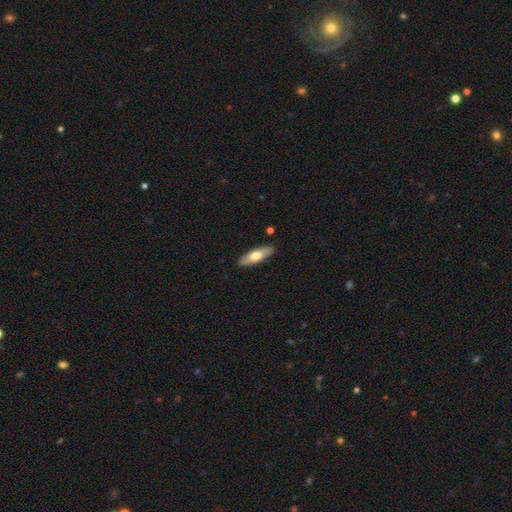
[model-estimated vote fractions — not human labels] This is likely a smooth galaxy (66%). How rounded: possibly cigar-shaped (50%). Merging: clearly none (89%).